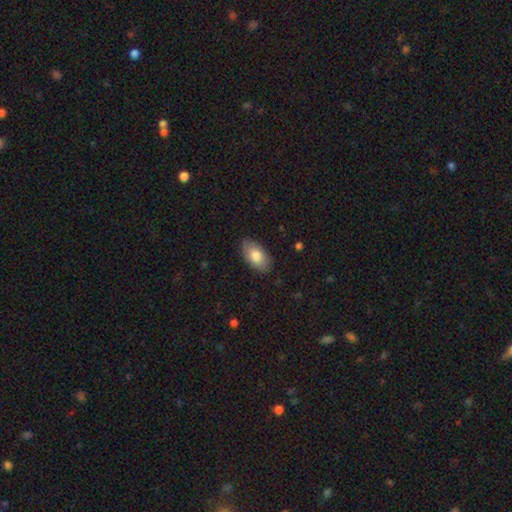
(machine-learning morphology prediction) This appears to be a smooth galaxy with no disk features (80%) that is in between round and cigar-shaped (94%). Merging: none (84%).